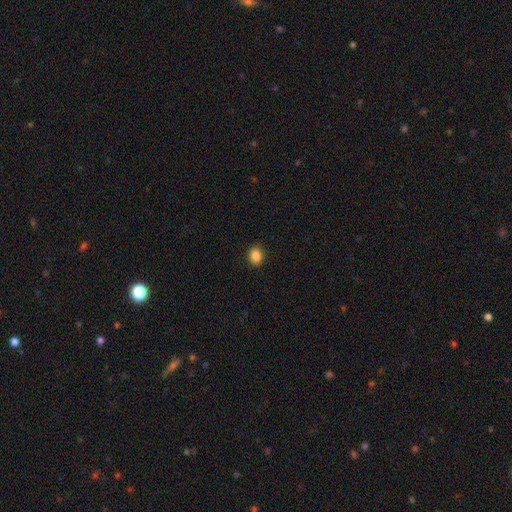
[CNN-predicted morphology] smooth-or-featured: smooth: 87% | star or artifact: 10% | featured or disk: 3%
  how-rounded: round: 58% | in between: 41% | cigar-shaped: 1%
  merging: none: 90% | minor disturbance: 7% | major disturbance: 2% | merger: 1%